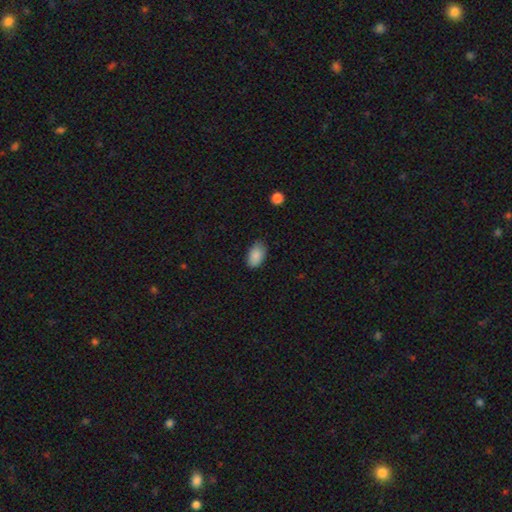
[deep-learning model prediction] Morphology: type=smooth (89%); roundness=in between (93%); merging=none (78%).